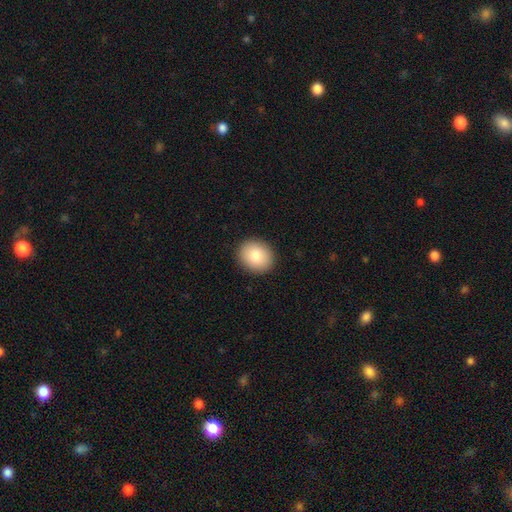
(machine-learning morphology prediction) Smooth or featured? smooth (84%)
How rounded? round (67%)
Merging? none (91%)